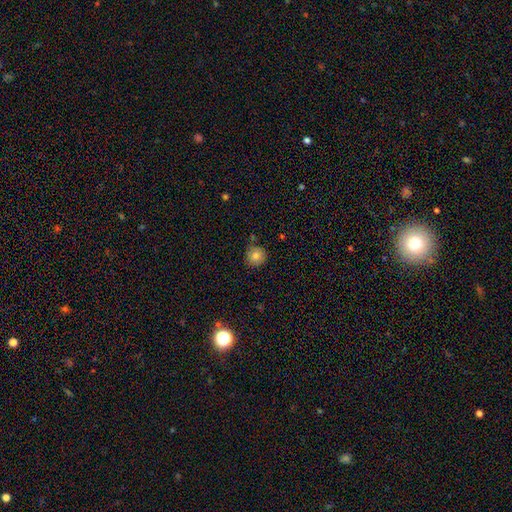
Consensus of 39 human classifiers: Volunteers were most divided on "merging": none: 78%, minor disturbance: 14%, major disturbance: 6%, merger: 3%. More confident: how rounded — round (97%); smooth or featured — smooth (85%).